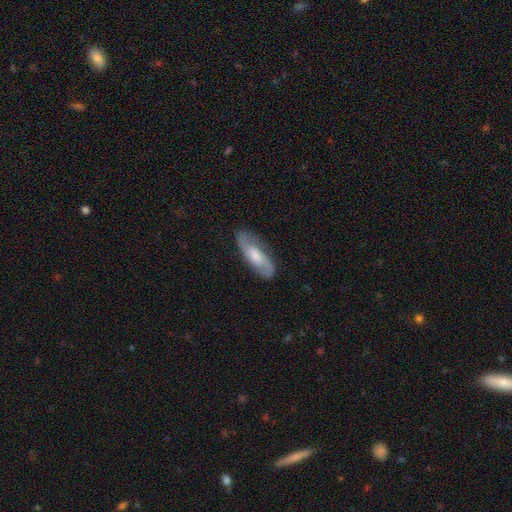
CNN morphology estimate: Q: Smooth or featured?
A: featured or disk (70%); runner-up: smooth (25%)
Q: Edge-on disk?
A: no (88%); runner-up: yes (12%)
Q: Bar?
A: no (50%); runner-up: weak (39%)
Q: Spiral arms?
A: yes (92%); runner-up: no (8%)
Q: Spiral winding?
A: medium (49%); runner-up: tight (28%)
Q: Spiral arm count?
A: 2 (86%); runner-up: can't tell (8%)
Q: Bulge size?
A: moderate (47%); runner-up: small (27%)
Q: Merging?
A: none (83%); runner-up: minor disturbance (13%)